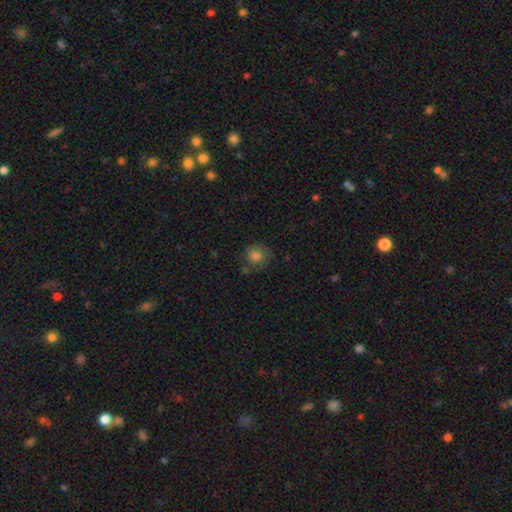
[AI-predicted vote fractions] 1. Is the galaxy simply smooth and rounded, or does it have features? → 77% smooth, 12% star or artifact, 11% featured or disk.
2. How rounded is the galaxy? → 82% round, 17% in between, 1% cigar-shaped.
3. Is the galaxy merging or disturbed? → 61% none, 23% minor disturbance, 11% major disturbance, 5% merger.